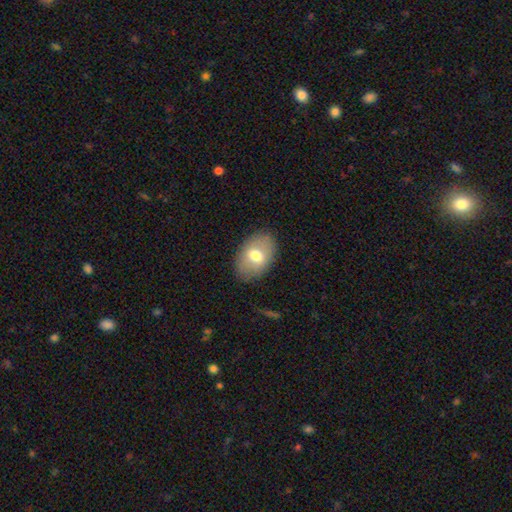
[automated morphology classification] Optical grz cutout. It shows a smooth galaxy with no disk features (68%) that is in between round and cigar-shaped (84%). Merging: none (85%).